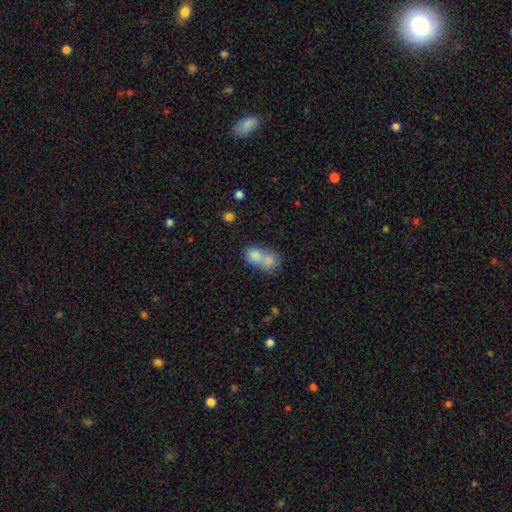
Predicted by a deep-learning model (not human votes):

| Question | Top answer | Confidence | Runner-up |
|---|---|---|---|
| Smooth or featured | smooth | 76% | featured or disk (15%) |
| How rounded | in between | 50% | round (48%) |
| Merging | merger | 73% | none (19%) |